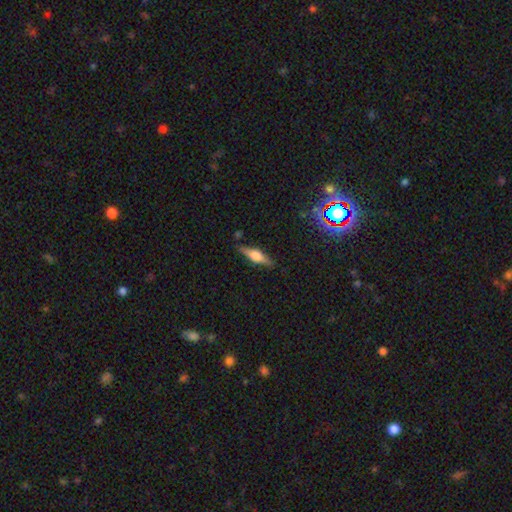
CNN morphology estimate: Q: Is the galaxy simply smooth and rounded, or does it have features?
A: featured or disk — 57%.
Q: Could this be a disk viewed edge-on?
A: yes — 95%.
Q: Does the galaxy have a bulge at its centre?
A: rounded — 84%.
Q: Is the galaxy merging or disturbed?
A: none — 86%.